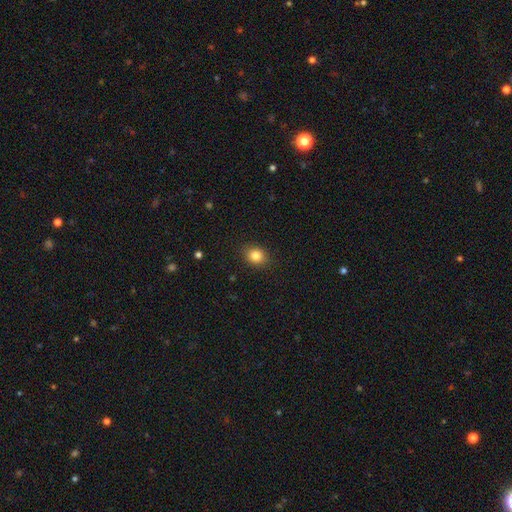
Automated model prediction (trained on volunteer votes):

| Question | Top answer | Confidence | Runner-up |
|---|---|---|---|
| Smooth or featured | smooth | 84% | star or artifact (11%) |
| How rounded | round | 62% | in between (37%) |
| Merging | none | 88% | minor disturbance (8%) |